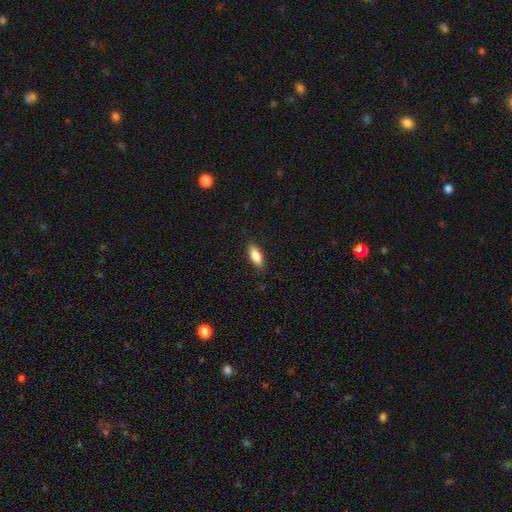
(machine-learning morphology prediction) smooth_or_featured: smooth (p=0.81) [alt: featured or disk p=0.13]
how_rounded: in between (p=0.79) [alt: cigar-shaped p=0.18]
merging: none (p=0.86) [alt: minor disturbance p=0.10]